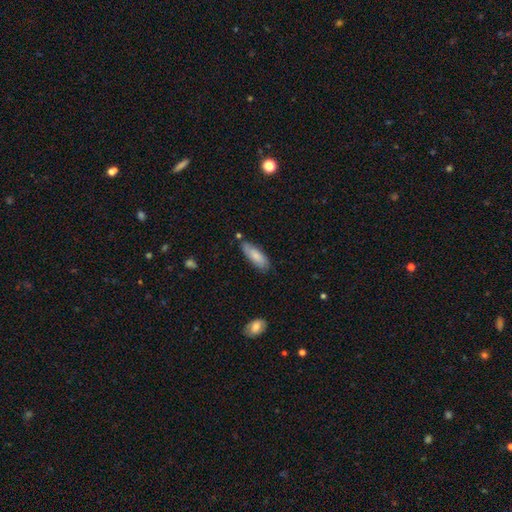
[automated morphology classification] smooth-or-featured: smooth: 76% | featured or disk: 18% | star or artifact: 6%
  how-rounded: in between: 65% | cigar-shaped: 33% | round: 2%
  merging: none: 71% | minor disturbance: 21% | merger: 4% | major disturbance: 4%